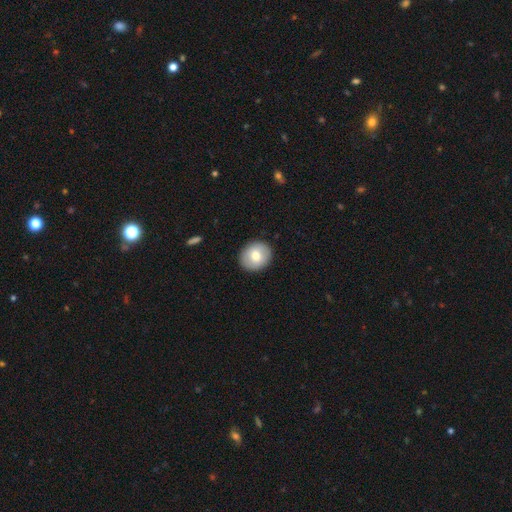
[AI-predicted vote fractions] The model was most divided on "smooth or featured": smooth: 73%, featured or disk: 20%, star or artifact: 7%. More confident: merging — none (90%); how rounded — round (77%).